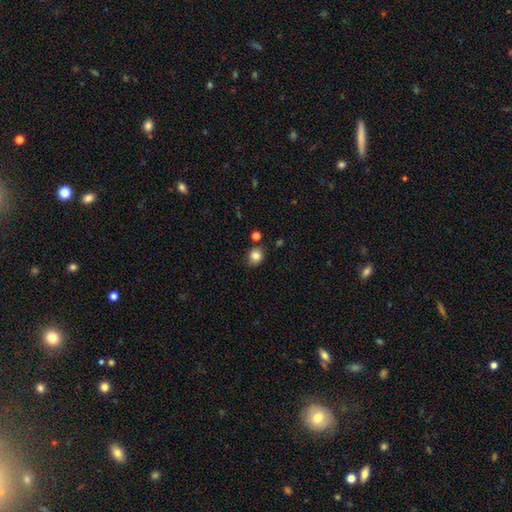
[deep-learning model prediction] A smooth galaxy with no disk features (82%) that is round (73%).

Vote fractions:
- Smooth or featured? smooth: 82% / star or artifact: 11% / featured or disk: 7%
- How rounded? round: 73% / in between: 26% / cigar-shaped: 1%
- Merging? none: 81% / minor disturbance: 12% / merger: 5% / major disturbance: 3%